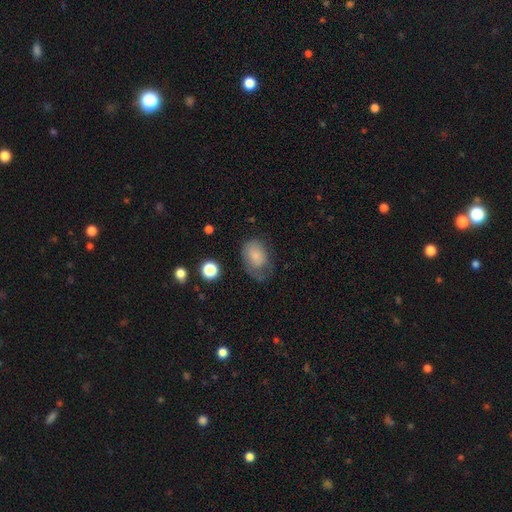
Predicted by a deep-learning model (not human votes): This appears to be a smooth galaxy with no disk features (74%) that is in between round and cigar-shaped (77%). Merging: none (38%).